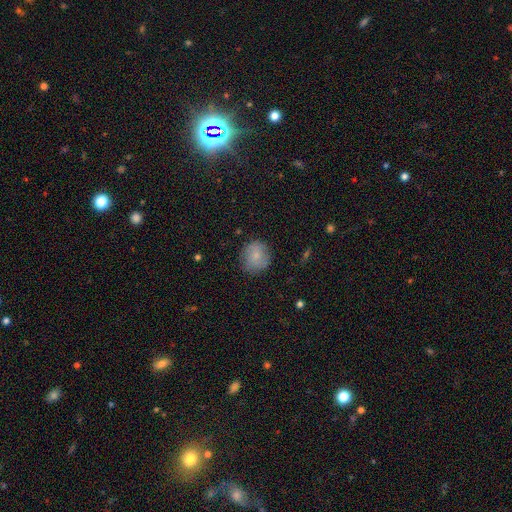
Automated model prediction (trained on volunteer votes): Overall: smooth (70%). How rounded: round (86%). Merging: none (81%).